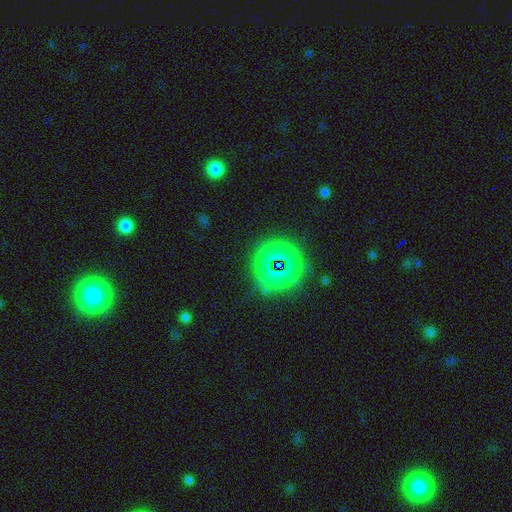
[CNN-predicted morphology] A star or artifact, not a galaxy (77%).